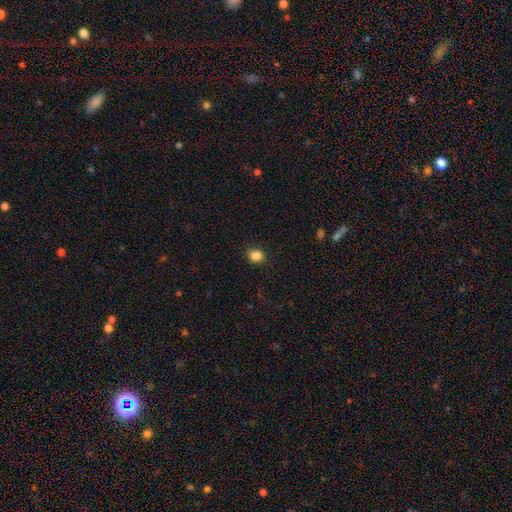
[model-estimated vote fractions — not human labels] Overall: smooth (86%). How rounded: round (57%; in between 42%). Merging: none (83%).